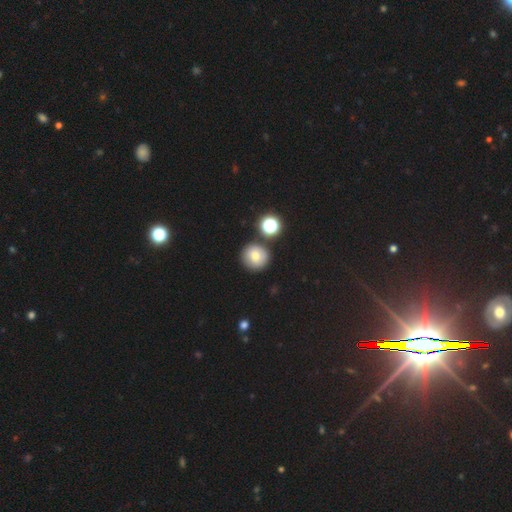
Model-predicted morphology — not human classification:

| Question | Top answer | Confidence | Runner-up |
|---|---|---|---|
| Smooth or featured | smooth | 74% | star or artifact (13%) |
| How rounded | round | 94% | in between (5%) |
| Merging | none | 81% | merger (9%) |